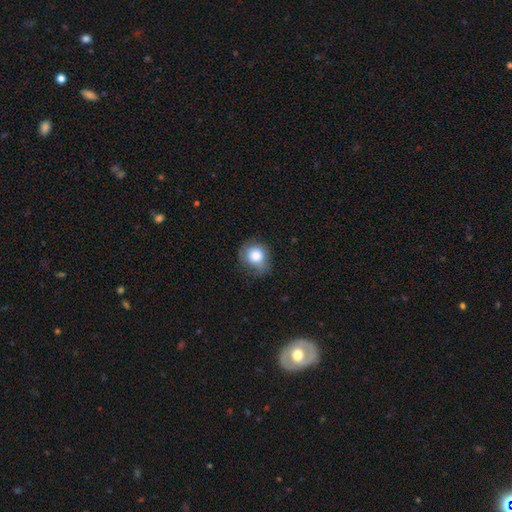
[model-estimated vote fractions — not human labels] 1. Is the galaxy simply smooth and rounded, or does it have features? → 79% smooth, 12% featured or disk, 9% star or artifact.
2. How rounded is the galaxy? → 81% round, 18% in between, 1% cigar-shaped.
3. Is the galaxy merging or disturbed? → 64% none, 26% minor disturbance, 9% major disturbance, 1% merger.